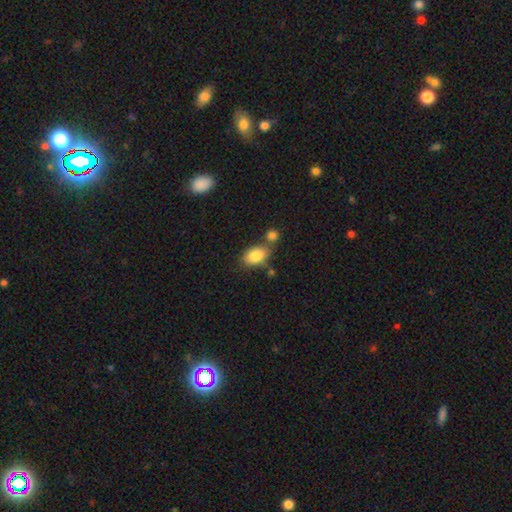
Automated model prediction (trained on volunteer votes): A smooth galaxy with no disk features (85%) that is in between round and cigar-shaped (88%).

Vote fractions:
- Smooth or featured? smooth: 85% / featured or disk: 8% / star or artifact: 7%
- How rounded? in between: 88% / round: 10% / cigar-shaped: 2%
- Merging? none: 55% / merger: 26% / minor disturbance: 14% / major disturbance: 4%